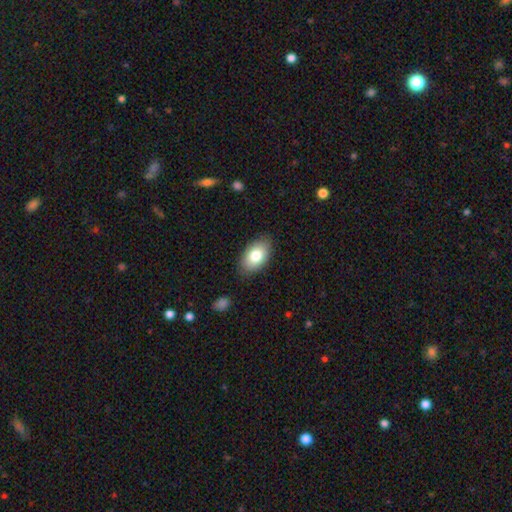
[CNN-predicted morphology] Overall: smooth (79%). How rounded: in between (92%). Merging: none (85%).